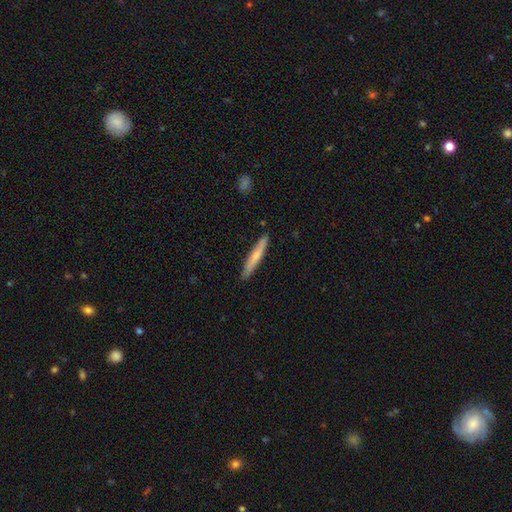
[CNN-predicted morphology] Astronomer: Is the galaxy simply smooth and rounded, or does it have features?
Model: smooth — 65%.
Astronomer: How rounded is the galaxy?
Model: cigar-shaped — 94%.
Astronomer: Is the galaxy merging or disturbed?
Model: none — 88%.